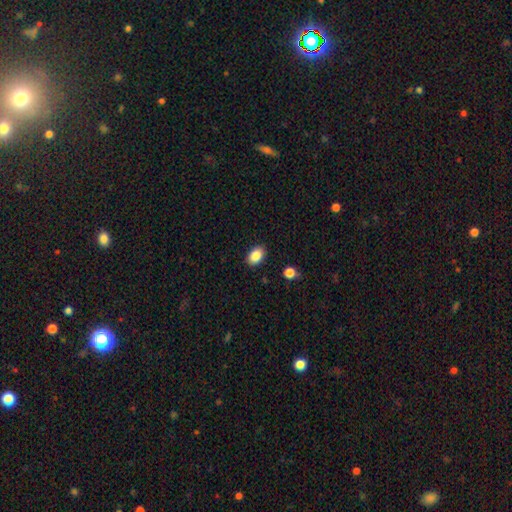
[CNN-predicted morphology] A smooth galaxy with no disk features (87%) that is in between round and cigar-shaped (86%).

Vote fractions:
- Smooth or featured? smooth: 87% / star or artifact: 8% / featured or disk: 5%
- How rounded? in between: 86% / round: 13% / cigar-shaped: 1%
- Merging? none: 88% / minor disturbance: 8% / major disturbance: 2% / merger: 2%